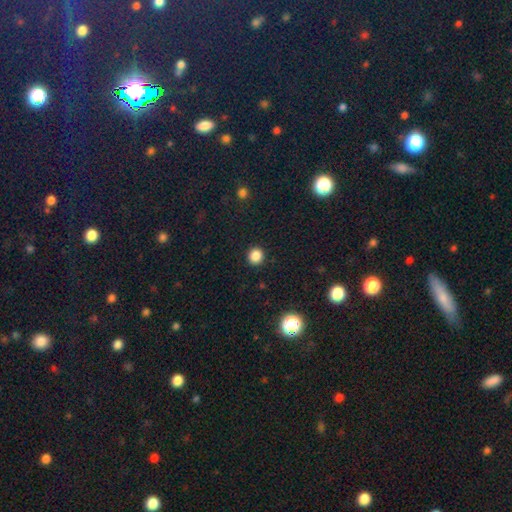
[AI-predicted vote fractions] Smooth or featured? smooth (85%)
How rounded? round (89%)
Merging? none (92%)